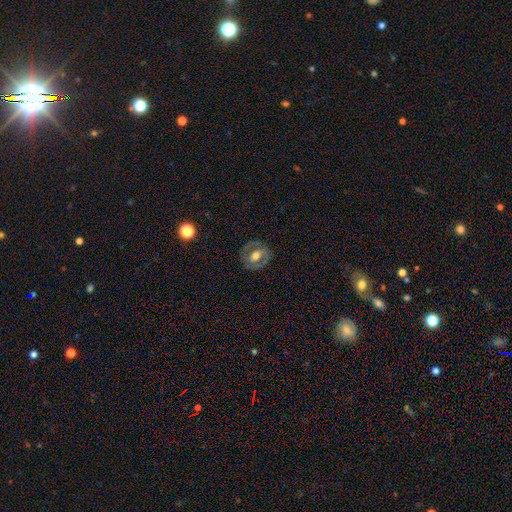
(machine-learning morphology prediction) Overall: featured or disk (58%; smooth 36%). Edge-on disk: no (94%). Bar: no (46%; weak 35%). Spiral arms: no (61%; yes 39%). Bulge size: moderate (65%). Merging: none (80%).